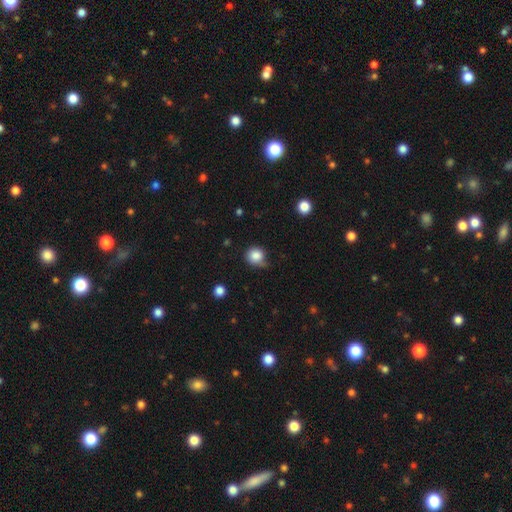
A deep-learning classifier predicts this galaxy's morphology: A smooth galaxy with no disk features (84%) that is round (84%). Merging: none (58%).